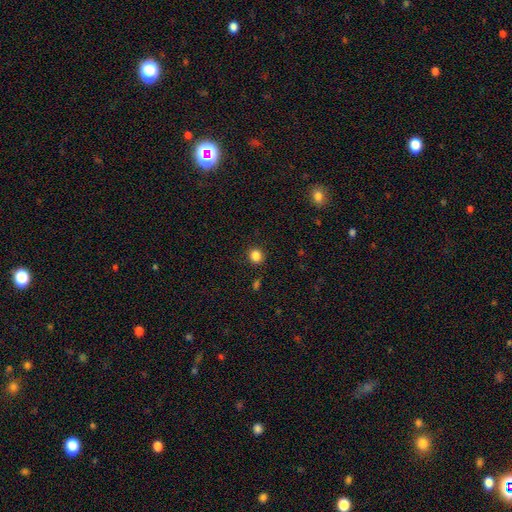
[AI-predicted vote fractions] Q: Smooth or featured?
A: smooth (85%); runner-up: star or artifact (12%)
Q: How rounded?
A: round (79%); runner-up: in between (20%)
Q: Merging?
A: none (89%); runner-up: minor disturbance (7%)